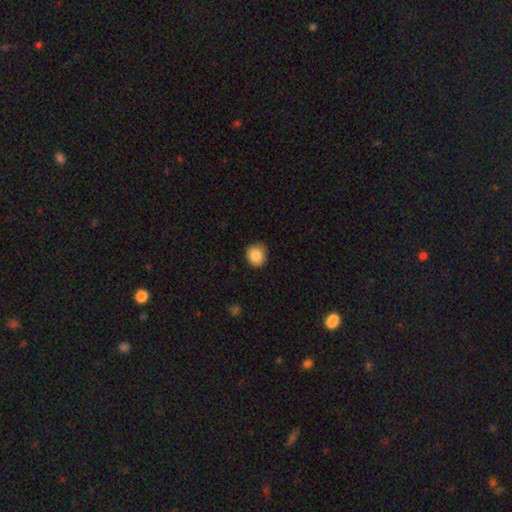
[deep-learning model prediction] smooth-or-featured: smooth: 85% | star or artifact: 9% | featured or disk: 6%
  how-rounded: round: 83% | in between: 17% | cigar-shaped: 1%
  merging: none: 80% | minor disturbance: 17% | major disturbance: 3% | merger: 1%